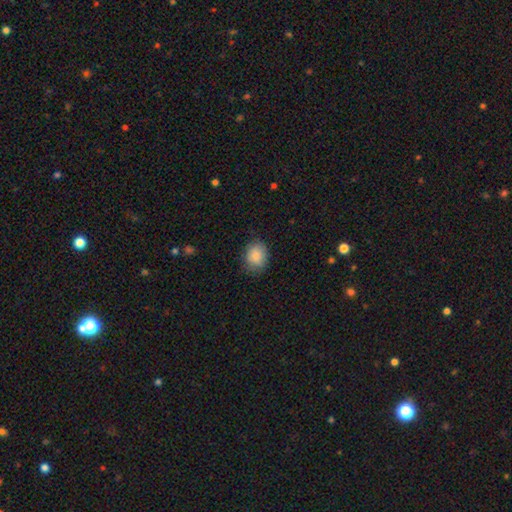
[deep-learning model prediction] A smooth galaxy with no disk features (87%) that is in between round and cigar-shaped (53%). Merging: none (77%).